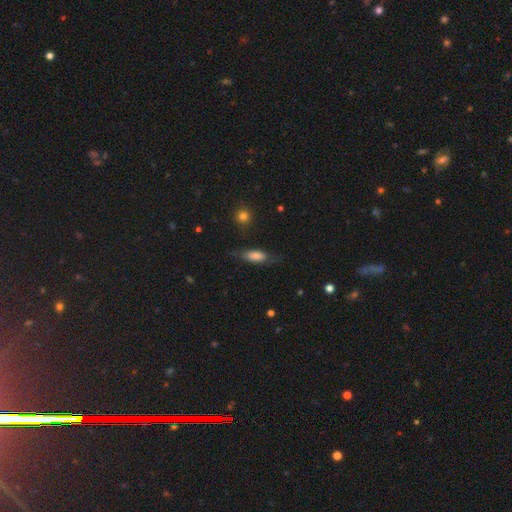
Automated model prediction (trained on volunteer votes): Smooth or featured? smooth (65%)
How rounded? in between (68%)
Merging? none (65%)